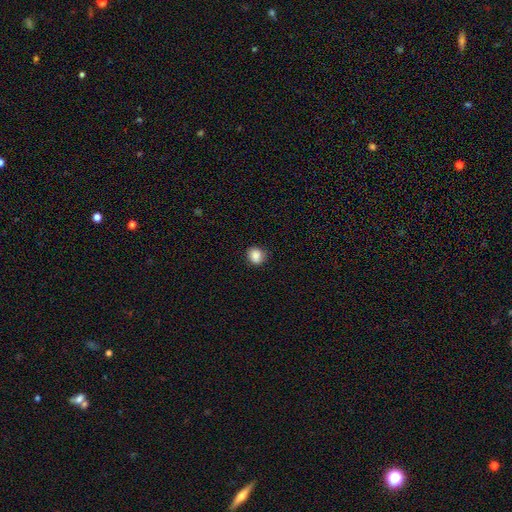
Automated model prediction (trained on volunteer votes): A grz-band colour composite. It shows a smooth galaxy with no disk features (87%) that is round (77%). Merging: none (82%).